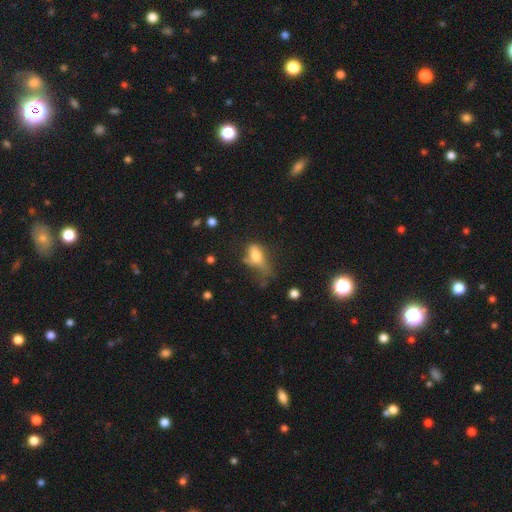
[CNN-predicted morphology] smooth-or-featured: smooth: 64% | featured or disk: 25% | star or artifact: 12%
  how-rounded: in between: 80% | round: 11% | cigar-shaped: 9%
  merging: major disturbance: 46% | minor disturbance: 25% | none: 21% | merger: 7%